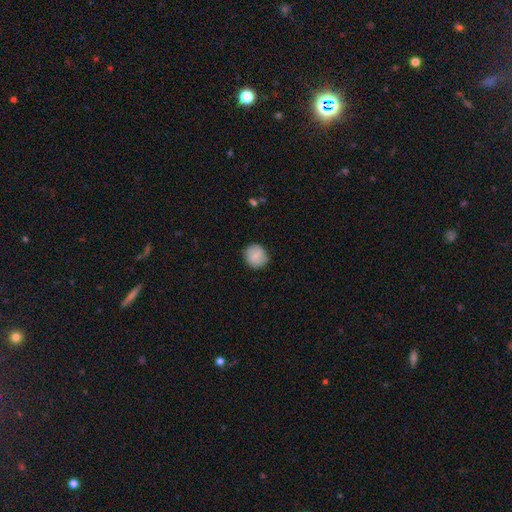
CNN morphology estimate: Smooth or featured?
  - smooth: 78% *
  - featured or disk: 14%
  - star or artifact: 7%
How rounded?
  - round: 88% *
  - in between: 11%
  - cigar-shaped: 1%
Merging?
  - none: 84% *
  - minor disturbance: 12%
  - major disturbance: 3%
  - merger: 1%